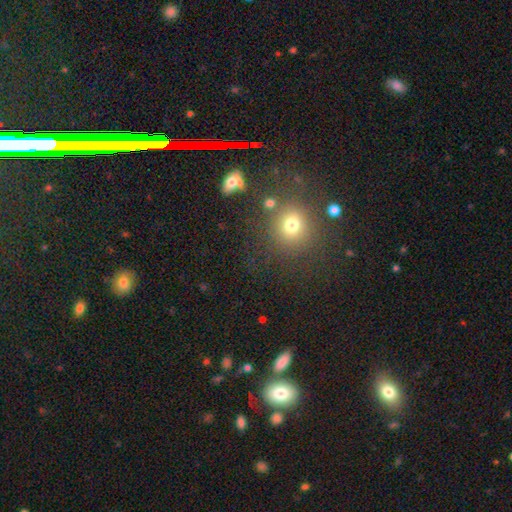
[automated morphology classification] smooth_or_featured: smooth (p=0.50) [alt: star or artifact p=0.40]
how_rounded: round (p=0.82) [alt: in between p=0.16]
merging: none (p=0.83) [alt: minor disturbance p=0.09]